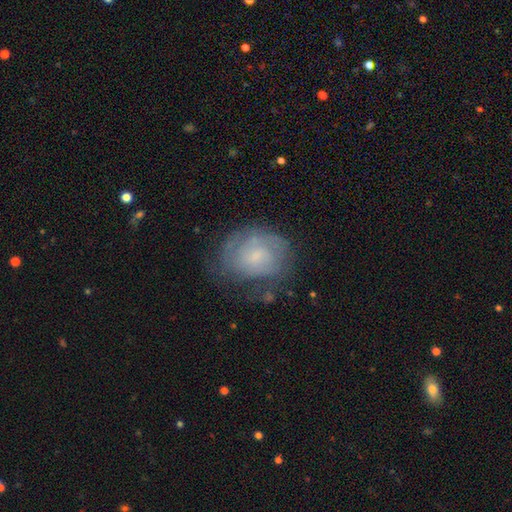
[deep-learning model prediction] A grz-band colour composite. It shows a featured or disk galaxy (47%). Merging: none (60%).